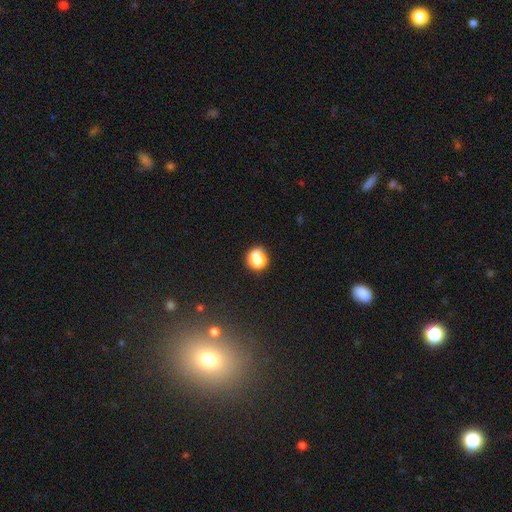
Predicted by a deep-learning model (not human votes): A smooth galaxy with no disk features (79%) that is round (74%). Merging: none (66%).